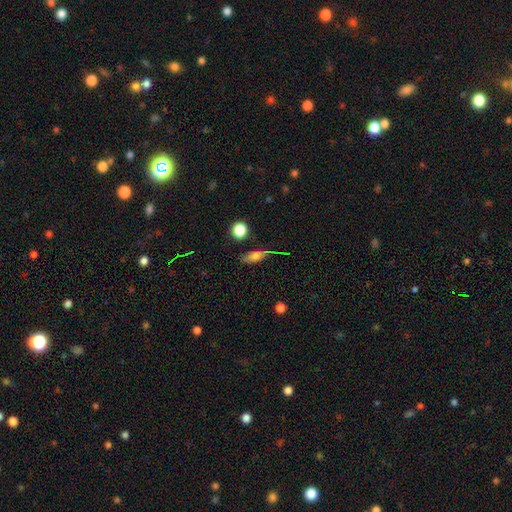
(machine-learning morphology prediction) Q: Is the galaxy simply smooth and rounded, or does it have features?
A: smooth — 58%.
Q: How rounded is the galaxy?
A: in between — 53%.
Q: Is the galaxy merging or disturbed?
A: none — 66%.